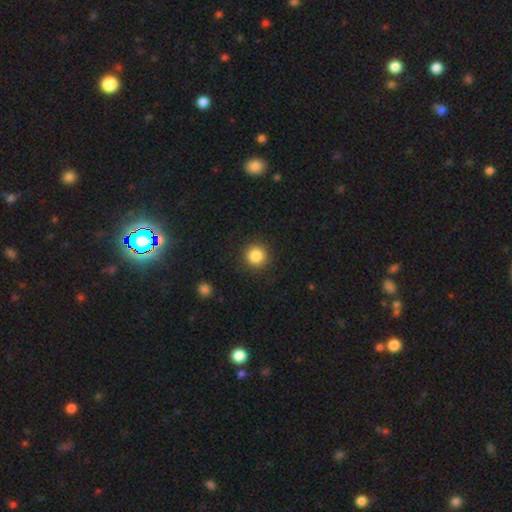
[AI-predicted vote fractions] Smooth or featured?
  - smooth: 86% *
  - star or artifact: 10%
  - featured or disk: 5%
How rounded?
  - round: 95% *
  - in between: 4%
  - cigar-shaped: 1%
Merging?
  - none: 90% *
  - minor disturbance: 6%
  - major disturbance: 2%
  - merger: 1%